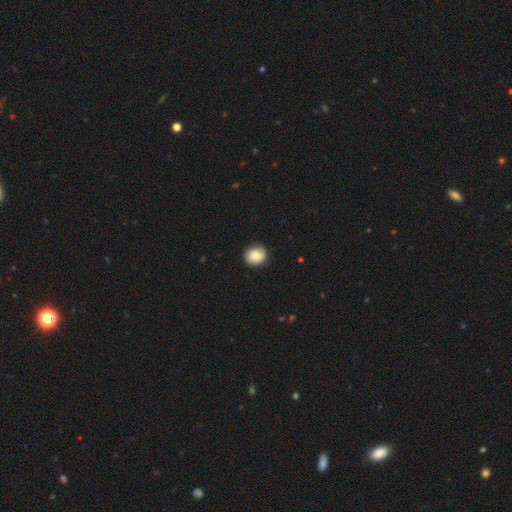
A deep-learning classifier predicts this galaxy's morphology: Smooth or featured?
  - smooth: 79% *
  - featured or disk: 13%
  - star or artifact: 8%
How rounded?
  - round: 73% *
  - in between: 26%
  - cigar-shaped: 1%
Merging?
  - none: 87% *
  - minor disturbance: 10%
  - major disturbance: 2%
  - merger: 1%